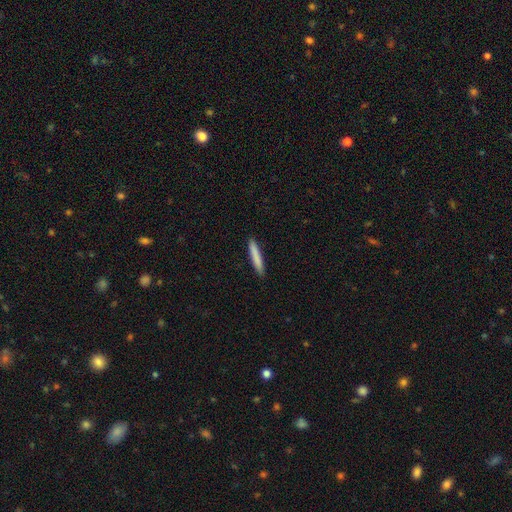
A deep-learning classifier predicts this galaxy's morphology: Smooth or featured?
  - smooth: 82% *
  - featured or disk: 12%
  - star or artifact: 6%
How rounded?
  - cigar-shaped: 94% *
  - in between: 4%
  - round: 1%
Merging?
  - none: 91% *
  - minor disturbance: 7%
  - major disturbance: 1%
  - merger: 1%